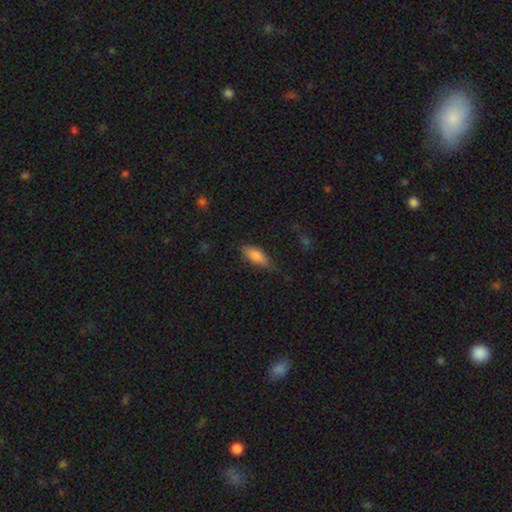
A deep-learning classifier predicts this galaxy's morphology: Smooth or featured: smooth — 83% (featured or disk — 10%)
How rounded: in between — 75% (cigar-shaped — 23%)
Merging: none — 68% (minor disturbance — 25%)